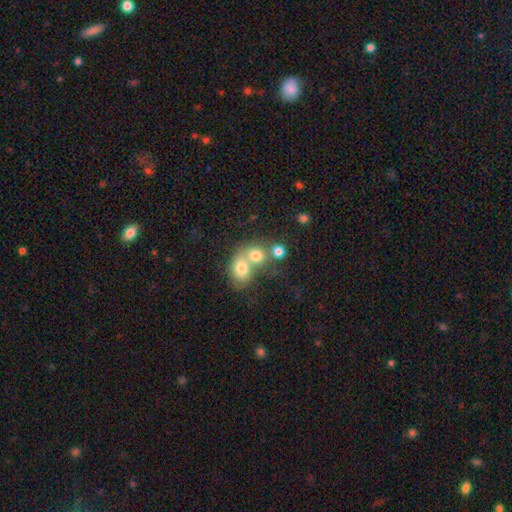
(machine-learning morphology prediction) This appears to be a smooth galaxy with no disk features (73%) that is round (64%). Merging: merger (61%).